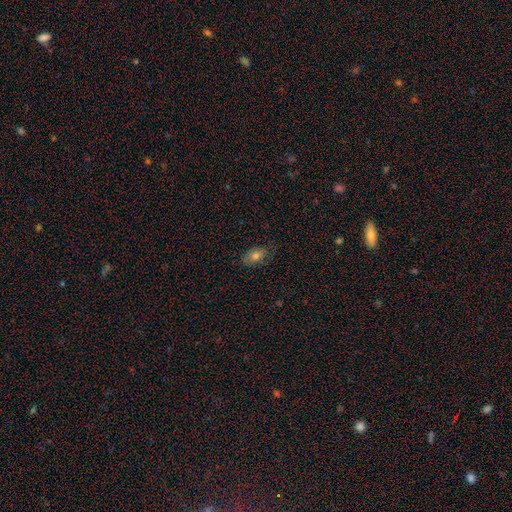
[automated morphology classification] This is likely a smooth galaxy (71%). How rounded: clearly in between (86%). Merging: likely none (76%).